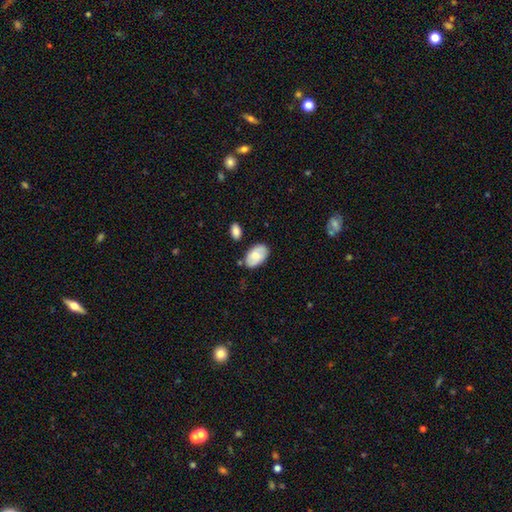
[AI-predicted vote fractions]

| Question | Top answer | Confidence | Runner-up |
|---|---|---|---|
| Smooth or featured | smooth | 72% | featured or disk (22%) |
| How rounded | in between | 93% | round (5%) |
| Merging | none | 73% | minor disturbance (17%) |